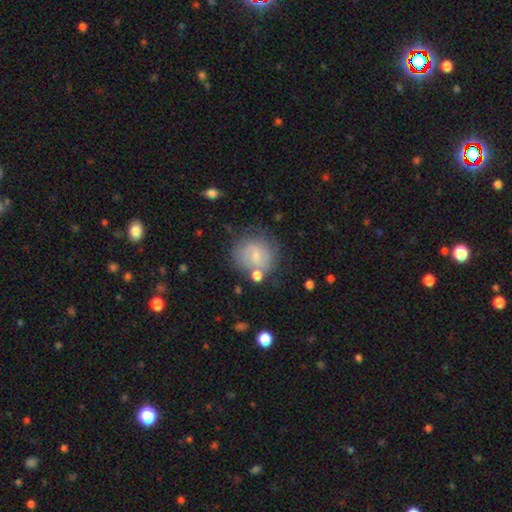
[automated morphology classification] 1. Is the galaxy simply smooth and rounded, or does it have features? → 57% smooth, 34% featured or disk, 10% star or artifact.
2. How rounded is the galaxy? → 83% round, 16% in between, 1% cigar-shaped.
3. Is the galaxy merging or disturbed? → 64% none, 19% minor disturbance, 9% major disturbance, 8% merger.